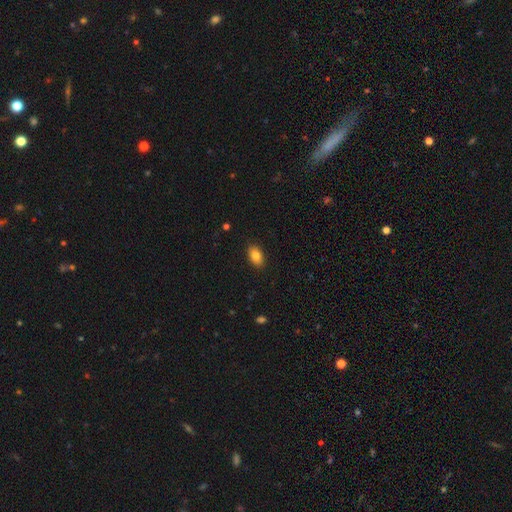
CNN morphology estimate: smooth_or_featured: smooth (p=0.83) [alt: star or artifact p=0.08]
how_rounded: in between (p=0.89) [alt: round p=0.09]
merging: none (p=0.88) [alt: minor disturbance p=0.09]